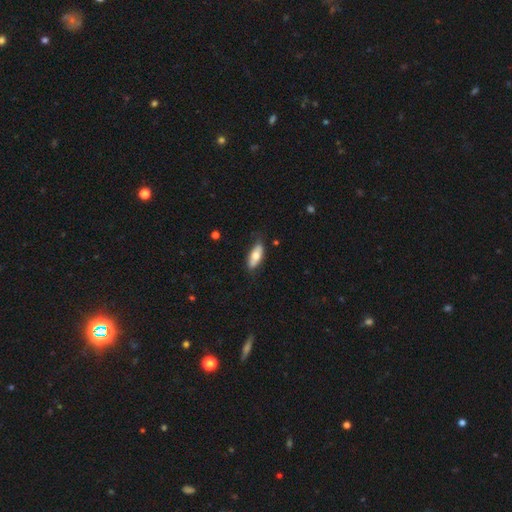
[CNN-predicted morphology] Smooth or featured? Predicted: smooth (p=0.68). How rounded? Predicted: in between (p=0.75). Merging? Predicted: none (p=0.77).